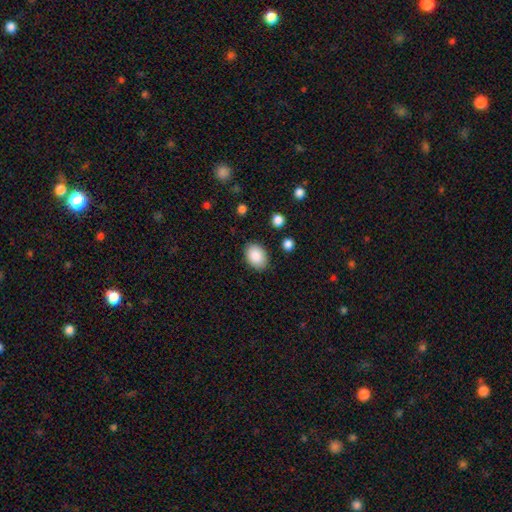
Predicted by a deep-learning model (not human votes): smooth_or_featured: smooth (p=0.88) [alt: star or artifact p=0.07]
how_rounded: in between (p=0.79) [alt: round p=0.20]
merging: none (p=0.85) [alt: minor disturbance p=0.10]